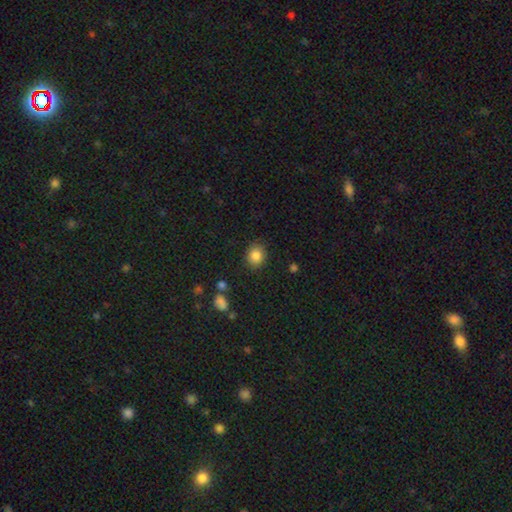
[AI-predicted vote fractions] A smooth galaxy with no disk features (85%) that is round (65%). Merging: none (85%).